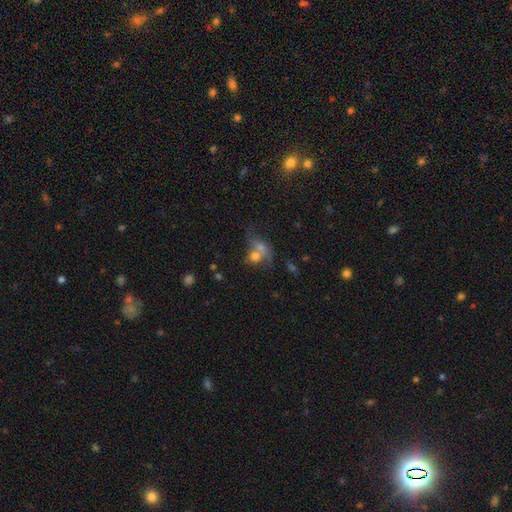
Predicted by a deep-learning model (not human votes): This appears to be a smooth galaxy with no disk features (61%) that is round (54%). Merging: merger (67%).